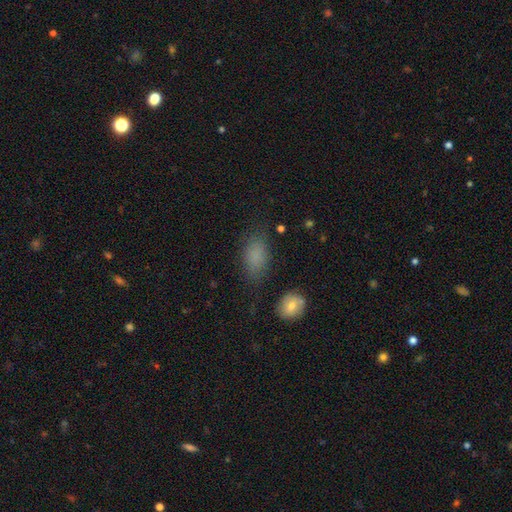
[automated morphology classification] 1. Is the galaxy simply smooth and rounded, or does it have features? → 81% smooth, 11% star or artifact, 7% featured or disk.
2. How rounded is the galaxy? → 89% in between, 6% round, 5% cigar-shaped.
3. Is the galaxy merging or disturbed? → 72% none, 18% minor disturbance, 7% major disturbance, 3% merger.